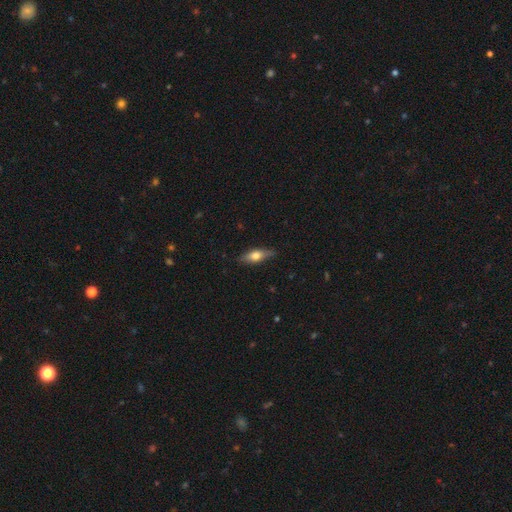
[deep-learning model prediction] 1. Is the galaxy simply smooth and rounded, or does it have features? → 54% smooth, 40% featured or disk, 6% star or artifact.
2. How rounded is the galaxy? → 57% in between, 39% cigar-shaped, 4% round.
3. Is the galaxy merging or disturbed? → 80% none, 16% minor disturbance, 3% major disturbance, 1% merger.